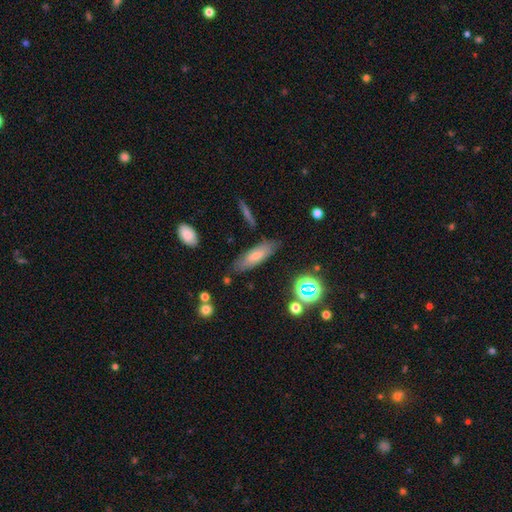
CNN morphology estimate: The model was most divided on "how rounded": in between: 53%, cigar-shaped: 45%, round: 2%. More confident: merging — none (78%); smooth or featured — smooth (70%).